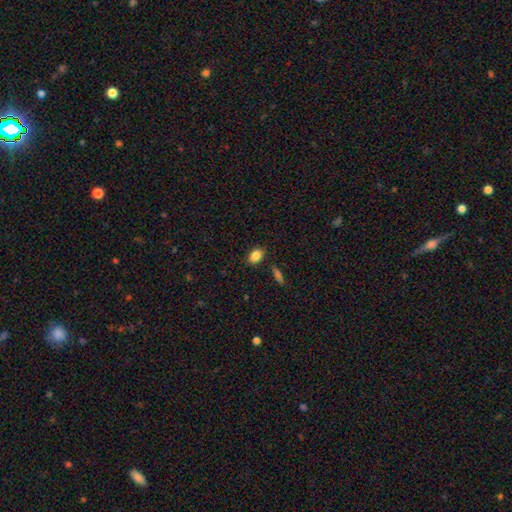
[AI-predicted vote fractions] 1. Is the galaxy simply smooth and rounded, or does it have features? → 86% smooth, 9% star or artifact, 5% featured or disk.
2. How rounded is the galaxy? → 78% in between, 20% round, 2% cigar-shaped.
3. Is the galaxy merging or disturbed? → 86% none, 9% minor disturbance, 3% merger, 2% major disturbance.